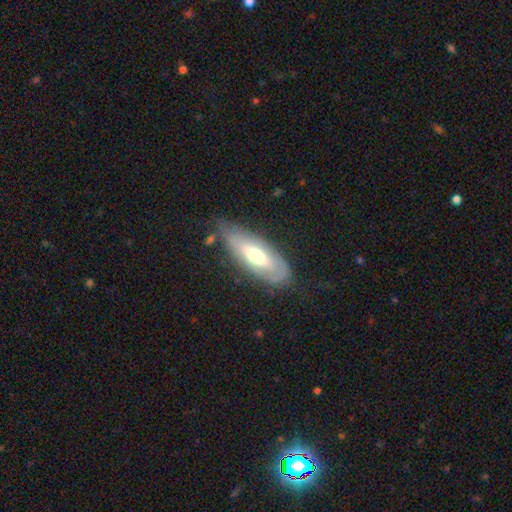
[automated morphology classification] smooth-or-featured: smooth: 48% | featured or disk: 46% | star or artifact: 6%
  merging: none: 63% | minor disturbance: 26% | major disturbance: 8% | merger: 3%